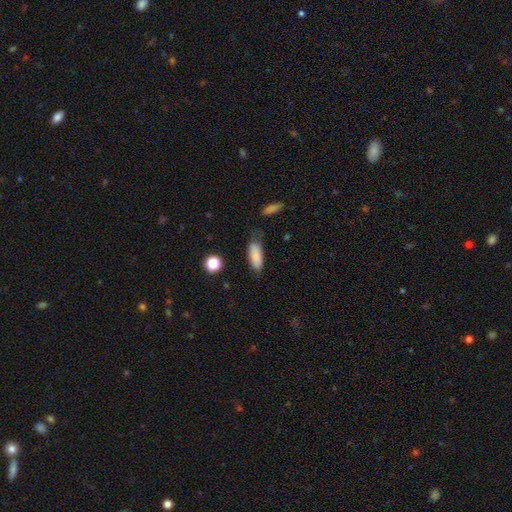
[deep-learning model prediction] smooth 85%, star or artifact 8%, featured or disk 7%. Down the decision tree: how rounded — in between (76%); merging — none (58%).